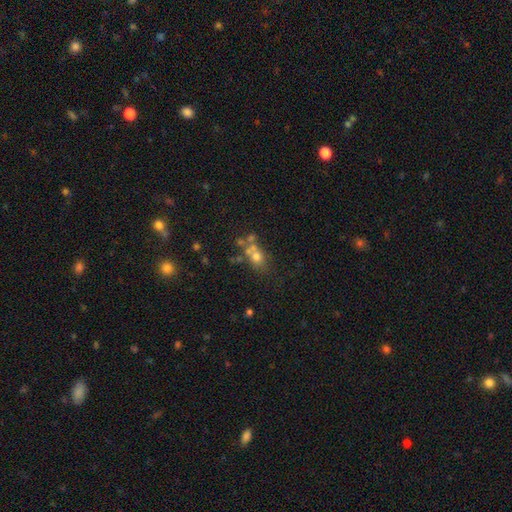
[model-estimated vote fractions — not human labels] A smooth galaxy with no disk features (57%) that is round (52%).

Vote fractions:
- Smooth or featured? smooth: 57% / featured or disk: 22% / star or artifact: 21%
- How rounded? round: 52% / in between: 45% / cigar-shaped: 3%
- Merging? none: 46% / merger: 33% / minor disturbance: 13% / major disturbance: 8%